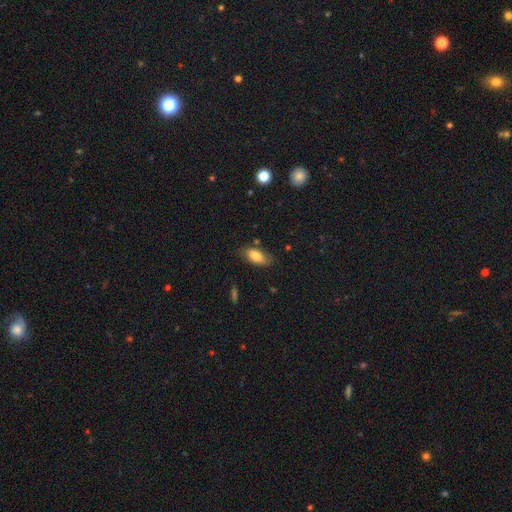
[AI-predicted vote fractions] Overall: smooth (77%). How rounded: in between (90%). Merging: none (72%).